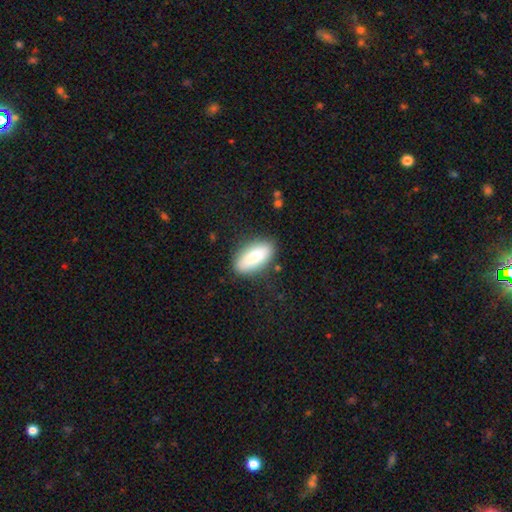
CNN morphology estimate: smooth_or_featured: smooth (p=0.81) [alt: featured or disk p=0.12]
how_rounded: in between (p=0.85) [alt: cigar-shaped p=0.13]
merging: none (p=0.82) [alt: minor disturbance p=0.13]